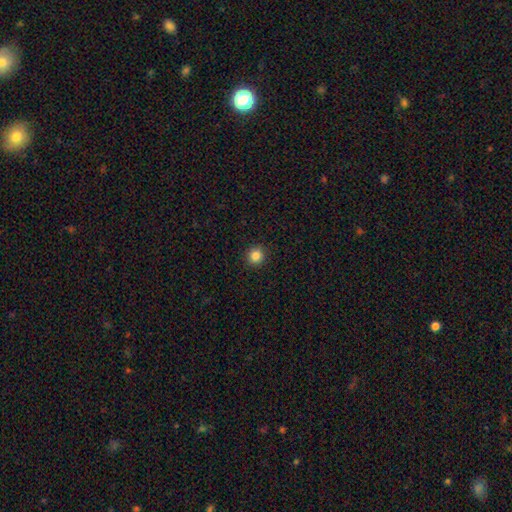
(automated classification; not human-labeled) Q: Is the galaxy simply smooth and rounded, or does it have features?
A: smooth — 85%.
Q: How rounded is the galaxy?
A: round — 94%.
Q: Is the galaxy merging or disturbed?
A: none — 93%.